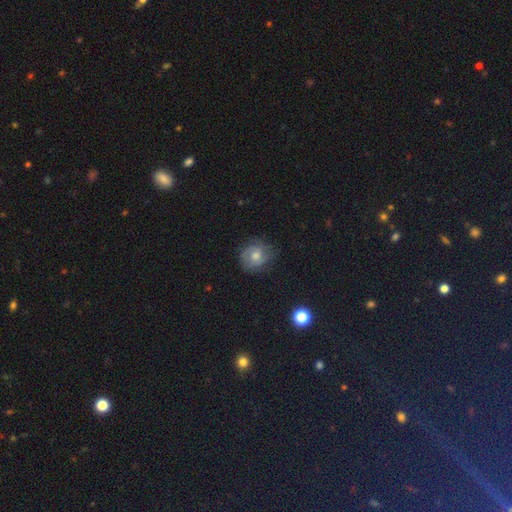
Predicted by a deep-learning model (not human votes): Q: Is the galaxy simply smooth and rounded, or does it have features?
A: featured or disk — 50%.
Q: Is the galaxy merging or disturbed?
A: none — 72%.